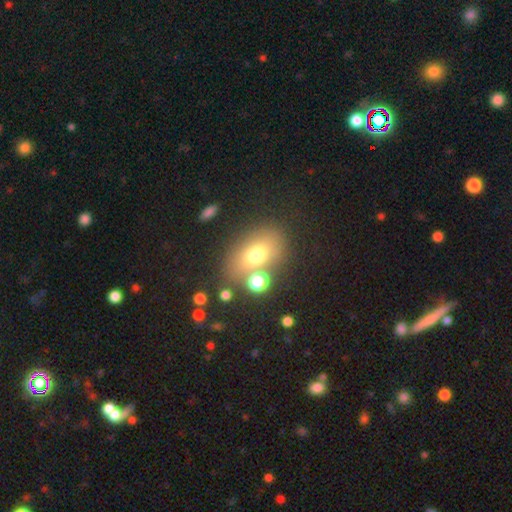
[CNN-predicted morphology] type=smooth (68%); roundness=in between (74%); merging=none (66%).